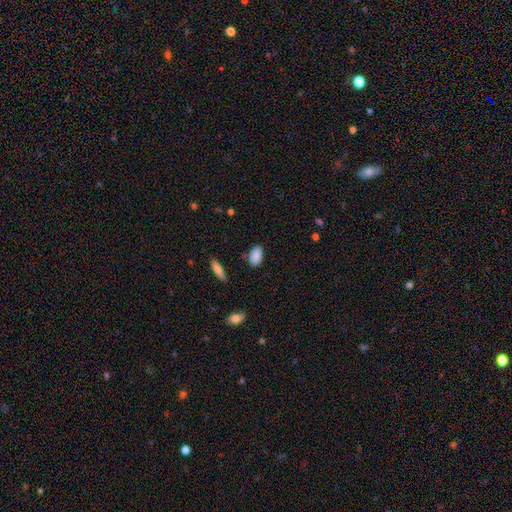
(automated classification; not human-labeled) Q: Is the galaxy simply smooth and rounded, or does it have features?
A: smooth — 88%.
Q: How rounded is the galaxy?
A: in between — 93%.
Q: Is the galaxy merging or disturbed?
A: none — 82%.